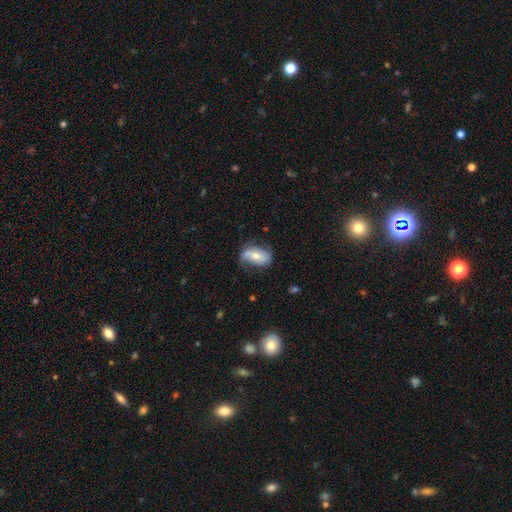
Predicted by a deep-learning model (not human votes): Smooth or featured? featured or disk (49%)
Merging? none (55%)